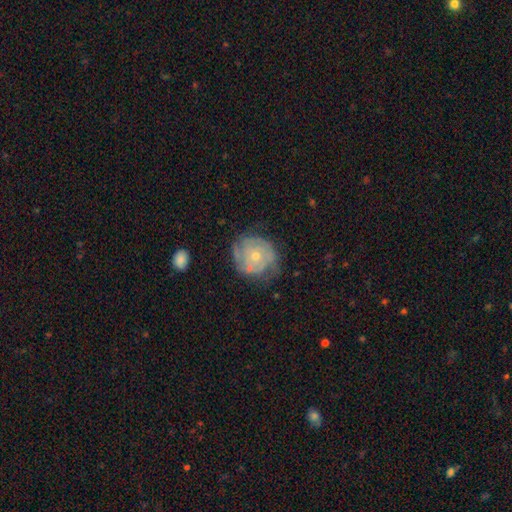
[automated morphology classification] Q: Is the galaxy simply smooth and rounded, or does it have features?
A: featured or disk — 71%.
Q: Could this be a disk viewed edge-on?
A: no — 98%.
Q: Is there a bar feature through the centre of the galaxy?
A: no — 84%.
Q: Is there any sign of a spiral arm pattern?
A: yes — 81%.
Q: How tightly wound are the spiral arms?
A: tight — 65%.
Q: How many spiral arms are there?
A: can't tell — 41%.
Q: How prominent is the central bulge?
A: small — 64%.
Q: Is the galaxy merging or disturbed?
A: none — 62%.